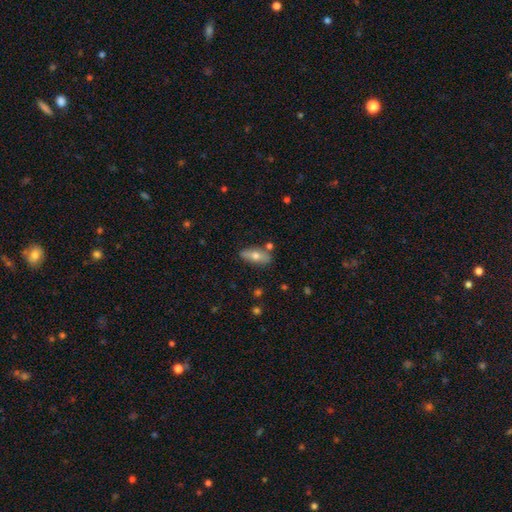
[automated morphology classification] smooth 63%, featured or disk 30%, star or artifact 7%. Down the decision tree: how rounded — in between (69%); merging — none (78%).